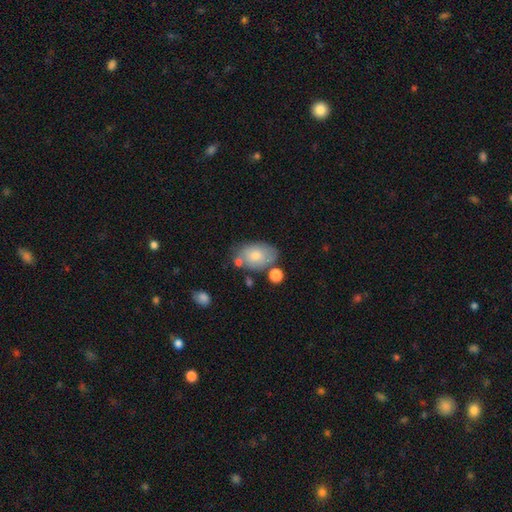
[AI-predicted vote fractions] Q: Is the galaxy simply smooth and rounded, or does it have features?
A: smooth — 71%.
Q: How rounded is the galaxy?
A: in between — 83%.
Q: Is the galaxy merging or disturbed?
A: none — 60%.